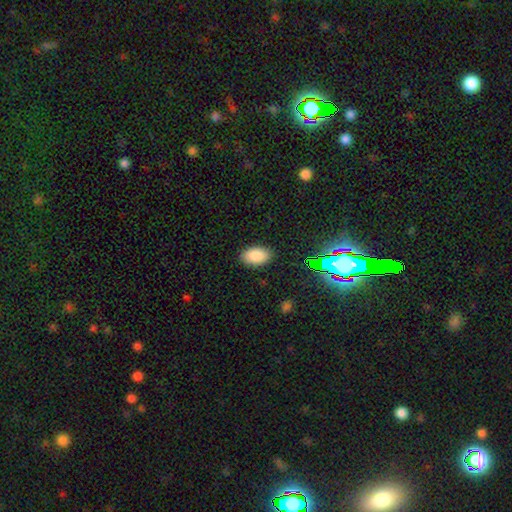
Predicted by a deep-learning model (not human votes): This is clearly a smooth galaxy (85%). How rounded: clearly in between (94%). Merging: clearly none (88%).